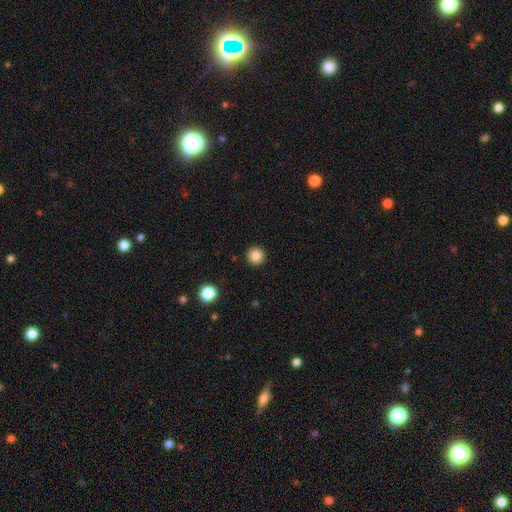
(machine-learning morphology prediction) A smooth galaxy with no disk features (85%) that is round (96%).

Vote fractions:
- Smooth or featured? smooth: 85% / star or artifact: 11% / featured or disk: 5%
- How rounded? round: 96% / in between: 3% / cigar-shaped: 1%
- Merging? none: 93% / minor disturbance: 5% / major disturbance: 2% / merger: 1%